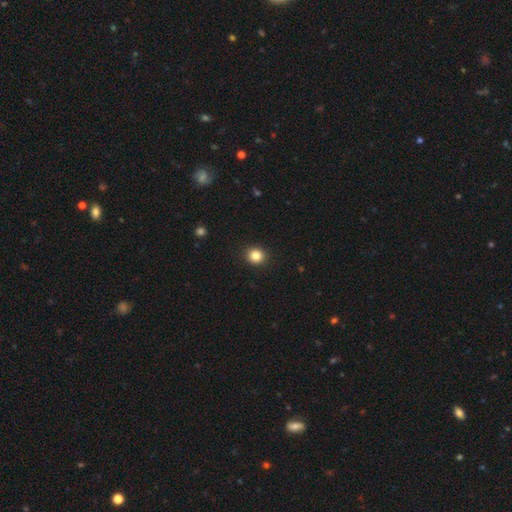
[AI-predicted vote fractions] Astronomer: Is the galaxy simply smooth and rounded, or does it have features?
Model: smooth — 84%.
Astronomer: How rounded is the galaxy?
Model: round — 87%.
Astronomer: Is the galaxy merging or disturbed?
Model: none — 92%.